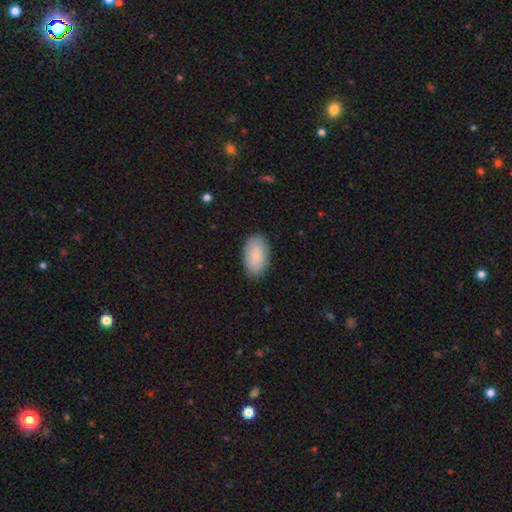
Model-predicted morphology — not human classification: Overall: smooth (82%). How rounded: in between (93%). Merging: none (85%).